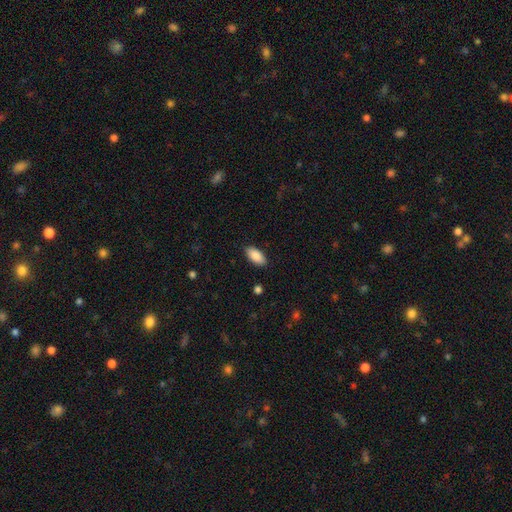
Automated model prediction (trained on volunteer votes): Smooth or featured?
  - smooth: 89% *
  - star or artifact: 6%
  - featured or disk: 5%
How rounded?
  - in between: 93% *
  - cigar-shaped: 5%
  - round: 2%
Merging?
  - none: 88% *
  - minor disturbance: 9%
  - major disturbance: 2%
  - merger: 1%